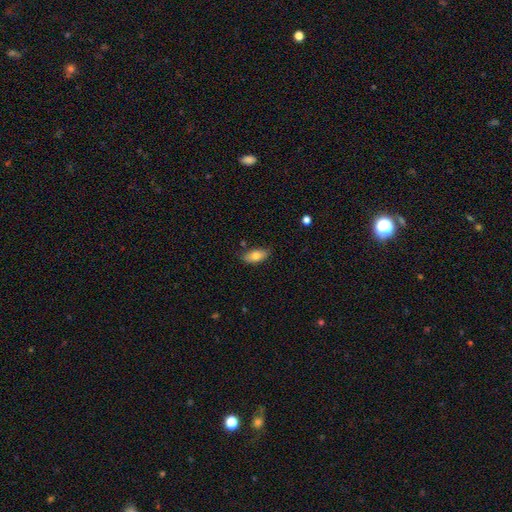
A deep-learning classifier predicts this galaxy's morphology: Q: Smooth or featured?
A: smooth (77%); runner-up: featured or disk (16%)
Q: How rounded?
A: in between (86%); runner-up: cigar-shaped (11%)
Q: Merging?
A: none (77%); runner-up: minor disturbance (18%)